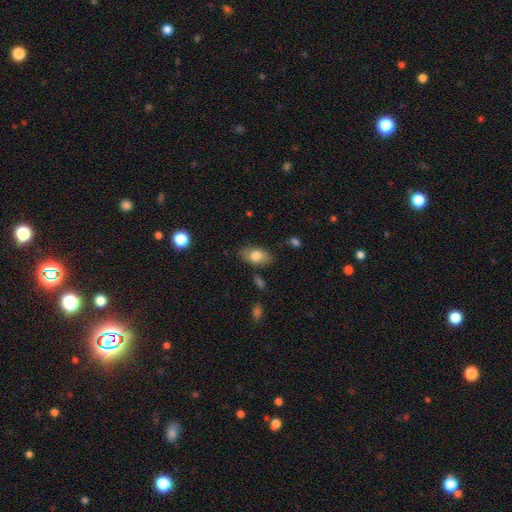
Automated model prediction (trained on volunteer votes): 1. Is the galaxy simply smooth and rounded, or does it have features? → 77% smooth, 16% featured or disk, 7% star or artifact.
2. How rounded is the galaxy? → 91% in between, 6% round, 3% cigar-shaped.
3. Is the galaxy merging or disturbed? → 81% none, 13% minor disturbance, 3% major disturbance, 2% merger.